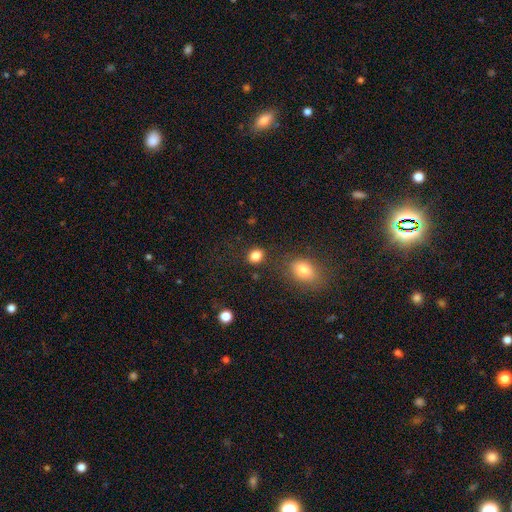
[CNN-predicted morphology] This appears to be a smooth galaxy with no disk features (85%) that is in between round and cigar-shaped (54%). Merging: none (80%).